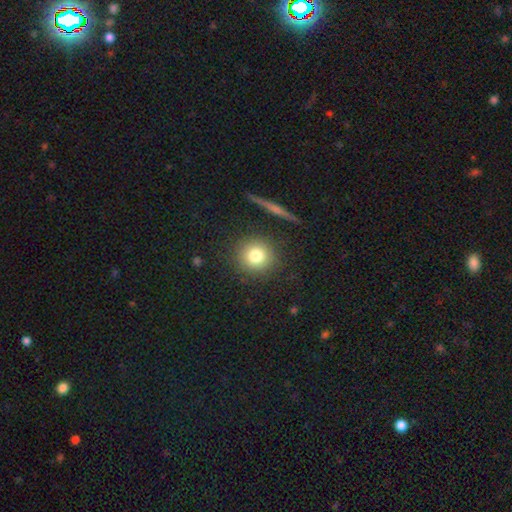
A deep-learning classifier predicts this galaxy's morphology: smooth_or_featured: smooth (p=0.78) [alt: star or artifact p=0.12]
how_rounded: round (p=0.91) [alt: in between p=0.07]
merging: none (p=0.87) [alt: minor disturbance p=0.08]